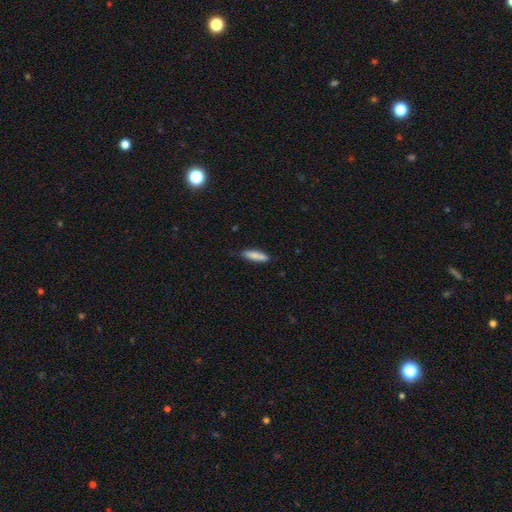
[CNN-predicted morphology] Smooth or featured? smooth (84%)
How rounded? cigar-shaped (74%)
Merging? none (81%)